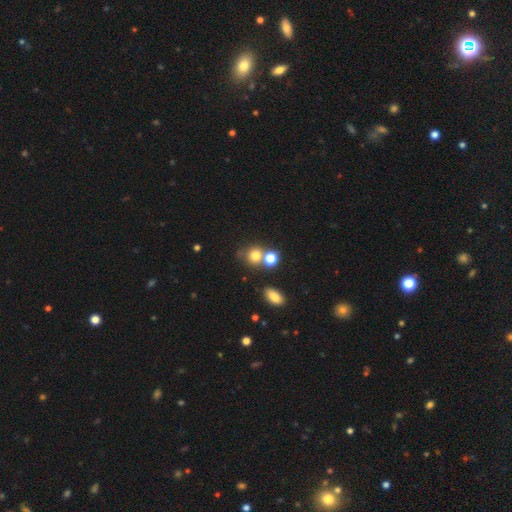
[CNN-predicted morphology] type=smooth (75%); roundness=round (78%); merging=none (53%).